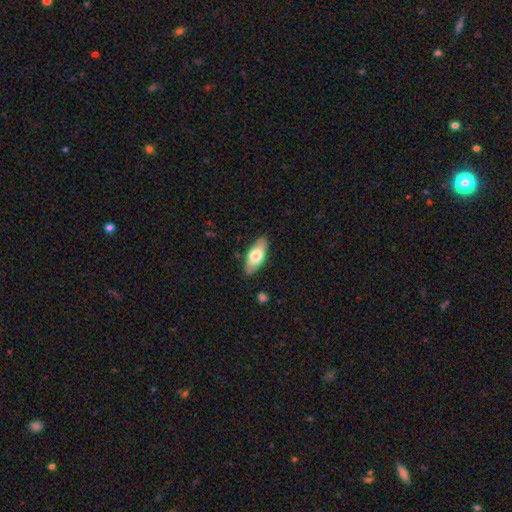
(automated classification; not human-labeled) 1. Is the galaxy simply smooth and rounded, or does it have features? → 68% smooth, 26% featured or disk, 6% star or artifact.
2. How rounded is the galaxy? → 82% in between, 16% cigar-shaped, 2% round.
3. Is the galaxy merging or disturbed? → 86% none, 11% minor disturbance, 2% major disturbance, 1% merger.